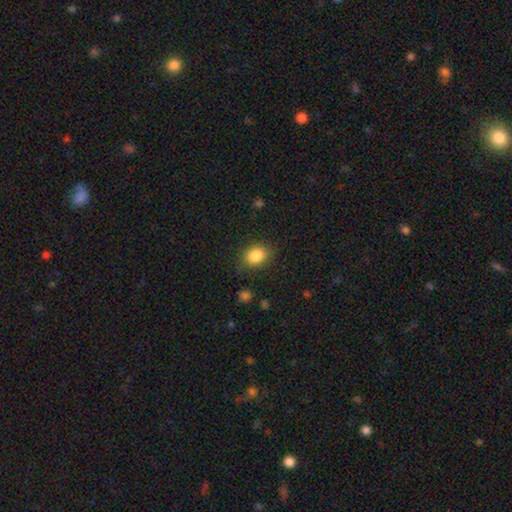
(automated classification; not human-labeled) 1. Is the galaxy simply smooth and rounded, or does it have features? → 85% smooth, 9% star or artifact, 5% featured or disk.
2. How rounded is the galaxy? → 58% in between, 41% round, 1% cigar-shaped.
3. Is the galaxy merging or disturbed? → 79% none, 15% minor disturbance, 4% major disturbance, 1% merger.